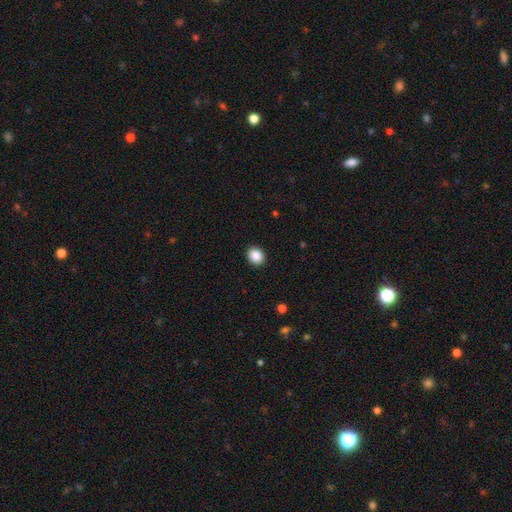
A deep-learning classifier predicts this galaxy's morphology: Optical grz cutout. It shows a smooth galaxy with no disk features (89%) that is round (68%). Merging: none (92%).